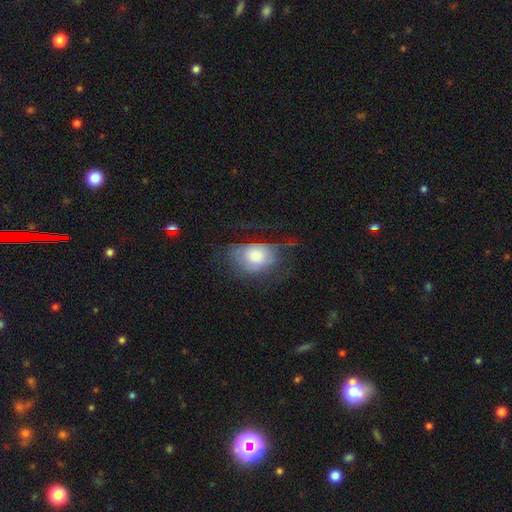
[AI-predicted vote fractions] The model was most divided on "merging": none: 43%, major disturbance: 29%, minor disturbance: 27%, merger: 2%. More confident: how rounded — in between (70%); smooth or featured — smooth (55%).